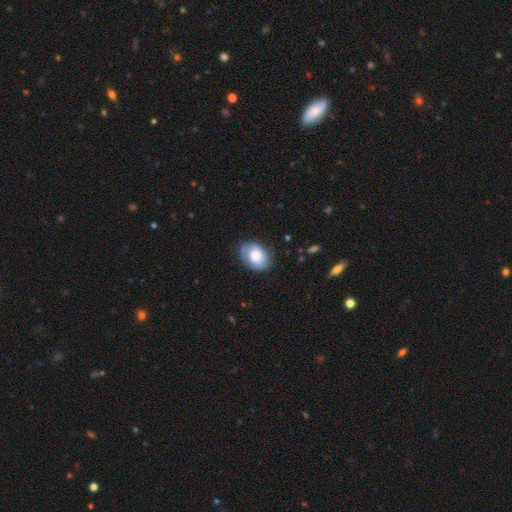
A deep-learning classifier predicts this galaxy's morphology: smooth-or-featured: smooth: 53% | featured or disk: 40% | star or artifact: 7%
  how-rounded: in between: 74% | round: 25% | cigar-shaped: 1%
  merging: none: 73% | minor disturbance: 20% | major disturbance: 6% | merger: 1%